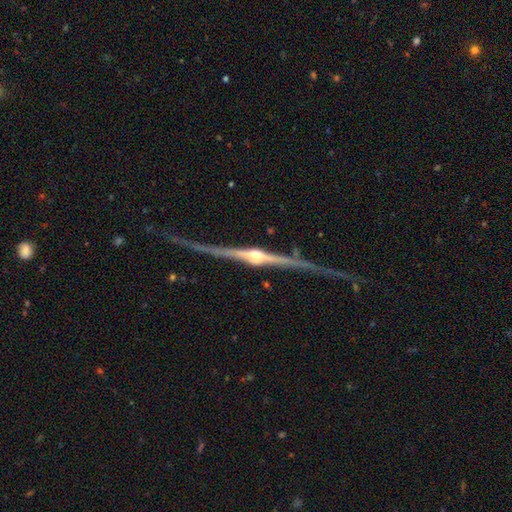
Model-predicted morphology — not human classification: Smooth or featured? featured or disk (91%)
Edge-on disk? yes (98%)
Edge-on bulge? rounded (92%)
Merging? none (78%)